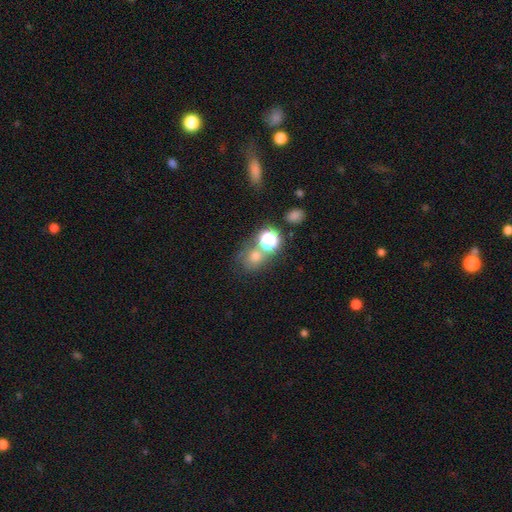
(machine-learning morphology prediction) type=smooth (57%); roundness=round (79%); merging=none (54%).